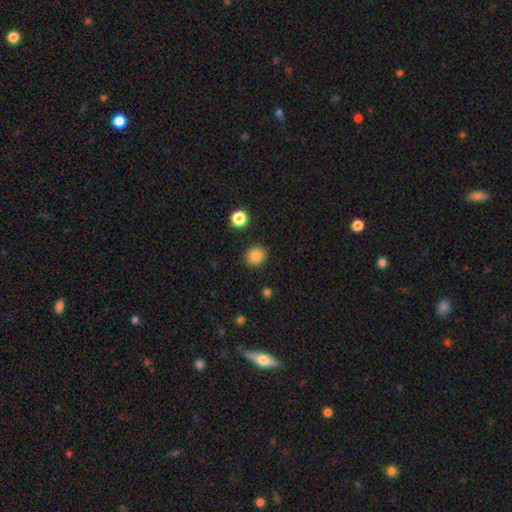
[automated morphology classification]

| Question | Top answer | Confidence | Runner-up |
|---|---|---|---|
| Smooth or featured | smooth | 84% | star or artifact (10%) |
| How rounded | round | 78% | in between (21%) |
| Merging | none | 89% | minor disturbance (7%) |